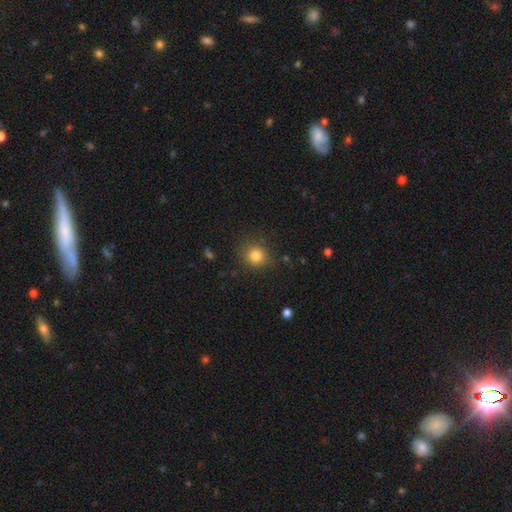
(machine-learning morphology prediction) smooth_or_featured: smooth (p=0.82) [alt: star or artifact p=0.12]
how_rounded: round (p=0.89) [alt: in between p=0.10]
merging: none (p=0.85) [alt: minor disturbance p=0.10]